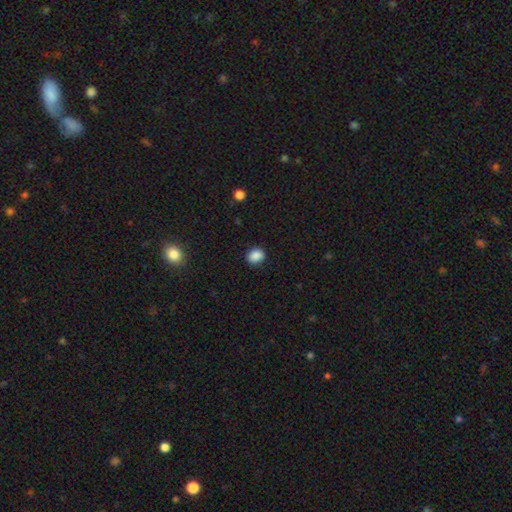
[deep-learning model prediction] Smooth or featured? smooth (87%)
How rounded? in between (50%)
Merging? none (87%)